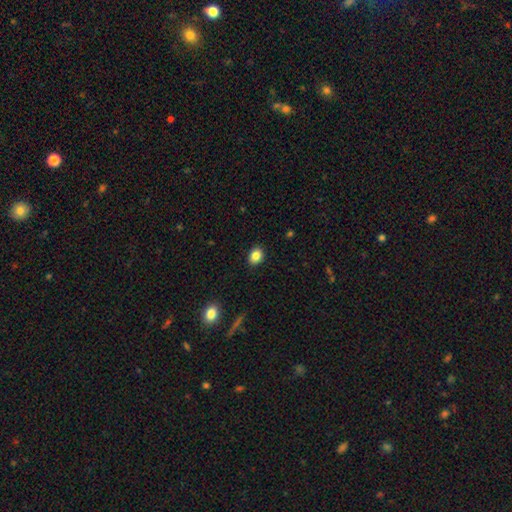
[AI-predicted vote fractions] Overall: smooth (85%). How rounded: in between (52%; round 47%). Merging: none (89%).